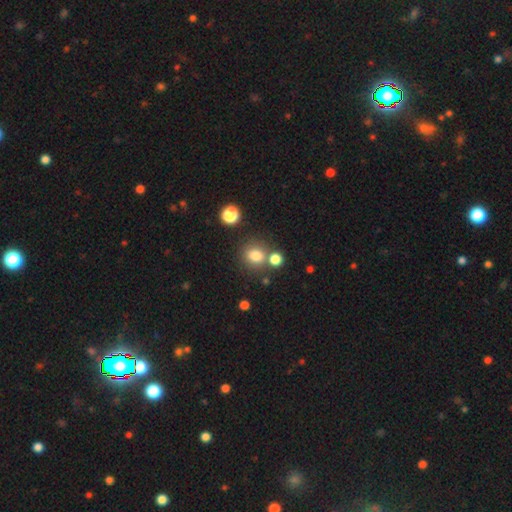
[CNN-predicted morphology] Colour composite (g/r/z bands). It shows a smooth galaxy with no disk features (78%) that is round (80%). Merging: none (70%).